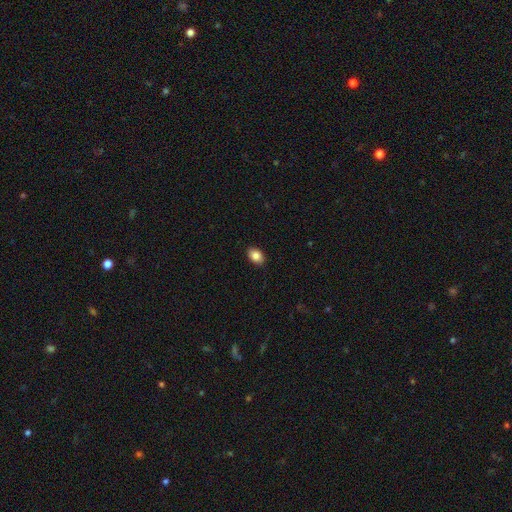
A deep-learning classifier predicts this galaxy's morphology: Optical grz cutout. It shows a smooth galaxy with no disk features (86%) that is in between round and cigar-shaped (80%). Merging: none (89%).